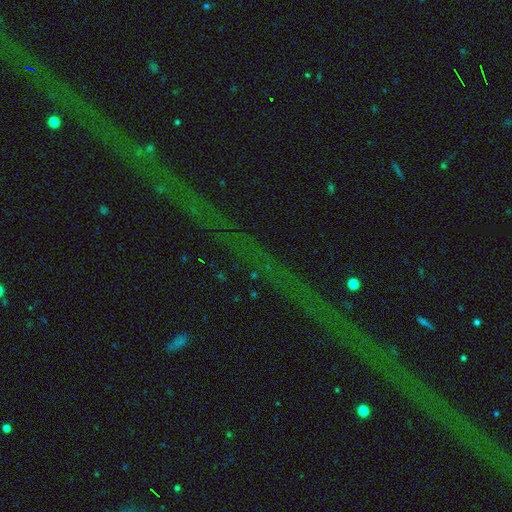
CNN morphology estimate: Overall: star or artifact (76%).